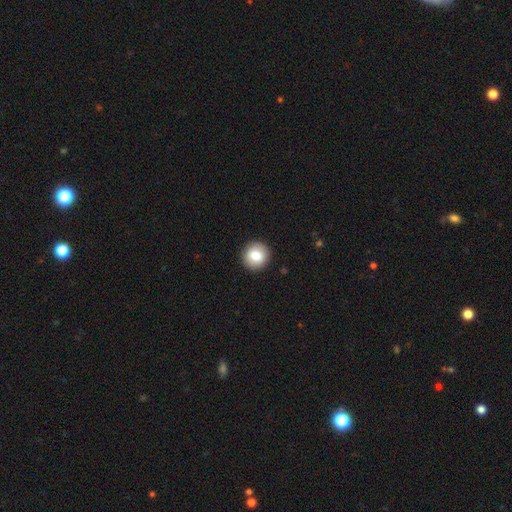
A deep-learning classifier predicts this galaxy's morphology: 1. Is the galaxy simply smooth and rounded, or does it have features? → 79% smooth, 13% featured or disk, 8% star or artifact.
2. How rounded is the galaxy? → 94% round, 5% in between, 1% cigar-shaped.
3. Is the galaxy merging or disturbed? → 93% none, 5% minor disturbance, 2% major disturbance, 1% merger.